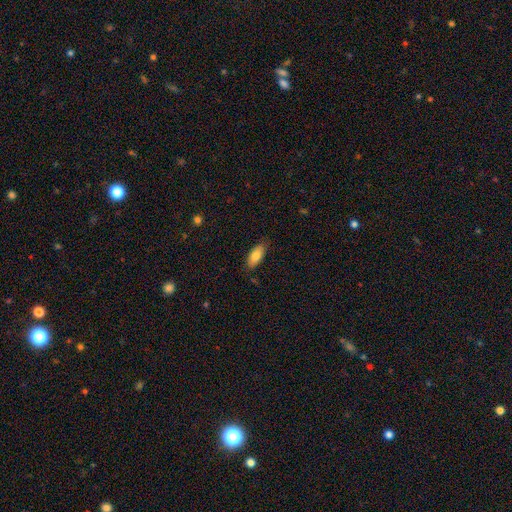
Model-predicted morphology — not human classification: Smooth or featured? Predicted: smooth (p=0.81). How rounded? Predicted: in between (p=0.84). Merging? Predicted: none (p=0.82).